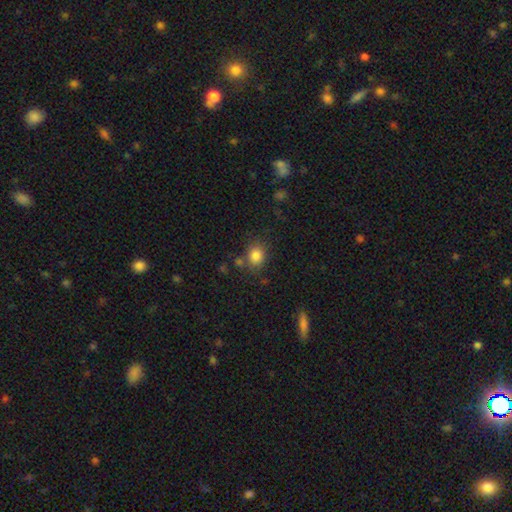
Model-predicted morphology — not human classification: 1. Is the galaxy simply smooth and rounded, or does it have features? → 83% smooth, 11% star or artifact, 6% featured or disk.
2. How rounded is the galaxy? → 64% round, 35% in between, 1% cigar-shaped.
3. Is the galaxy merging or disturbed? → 74% none, 14% minor disturbance, 8% merger, 5% major disturbance.